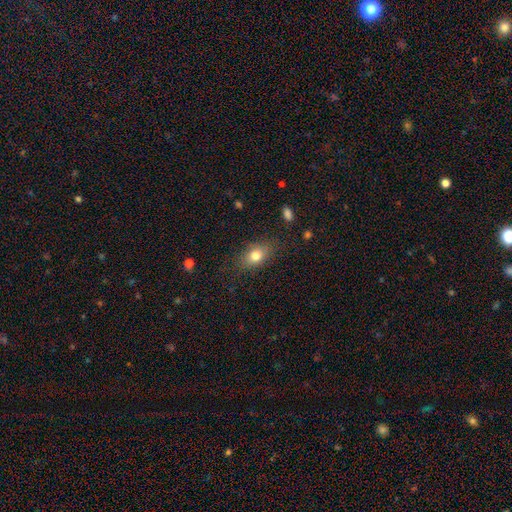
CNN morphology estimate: The model was most divided on "how rounded": in between: 75%, round: 20%, cigar-shaped: 4%. More confident: merging — none (80%); smooth or featured — smooth (78%).